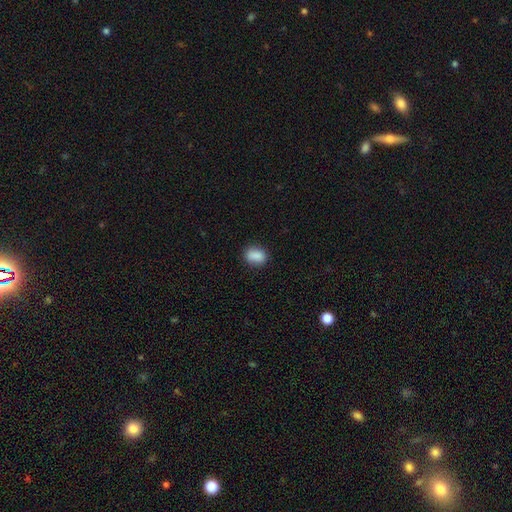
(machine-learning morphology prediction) This is clearly a smooth galaxy (88%). How rounded: likely in between (72%). Merging: clearly none (84%).